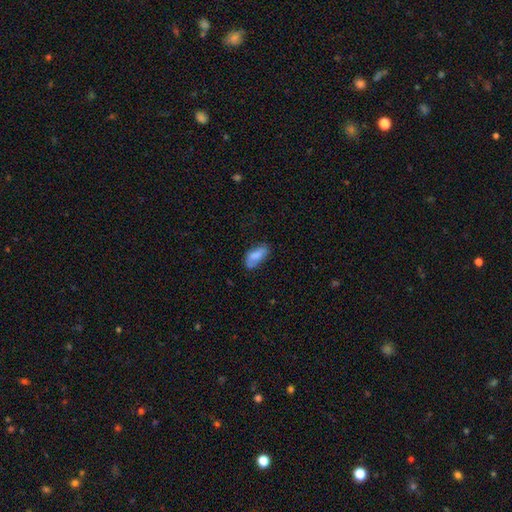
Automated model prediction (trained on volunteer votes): Q: Smooth or featured?
A: smooth (78%); runner-up: featured or disk (15%)
Q: How rounded?
A: in between (88%); runner-up: cigar-shaped (9%)
Q: Merging?
A: none (62%); runner-up: minor disturbance (28%)